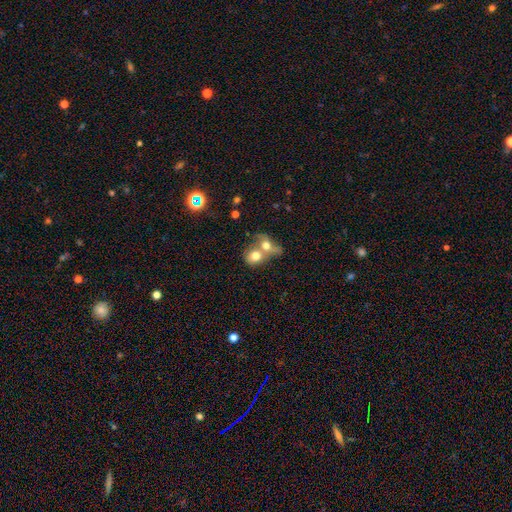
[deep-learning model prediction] A smooth galaxy with no disk features (70%) that is round (57%). Merging: merger (72%).